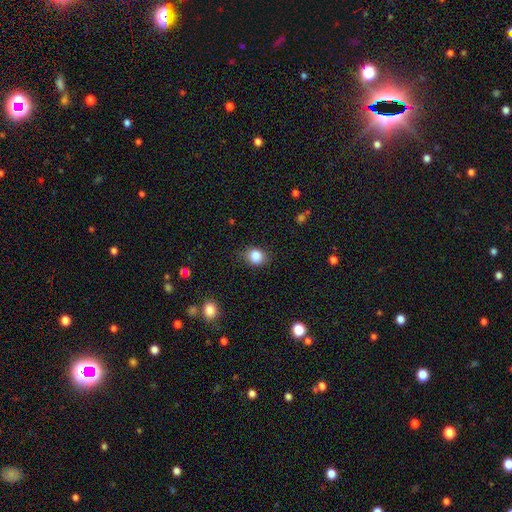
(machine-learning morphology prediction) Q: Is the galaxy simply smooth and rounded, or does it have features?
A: smooth — 84%.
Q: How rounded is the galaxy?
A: round — 61%.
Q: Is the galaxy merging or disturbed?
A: none — 76%.